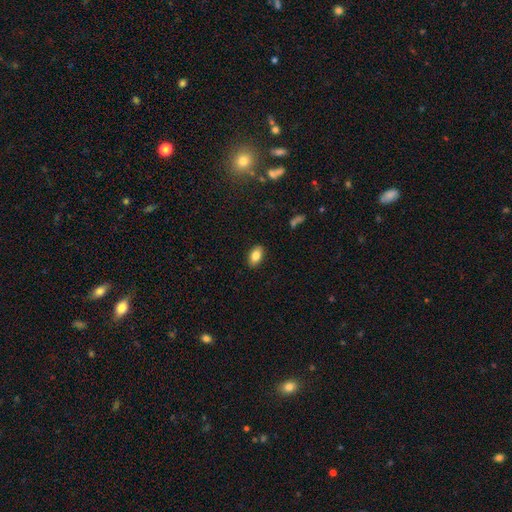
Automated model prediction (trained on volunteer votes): Overall: smooth (82%). How rounded: in between (90%). Merging: none (88%).